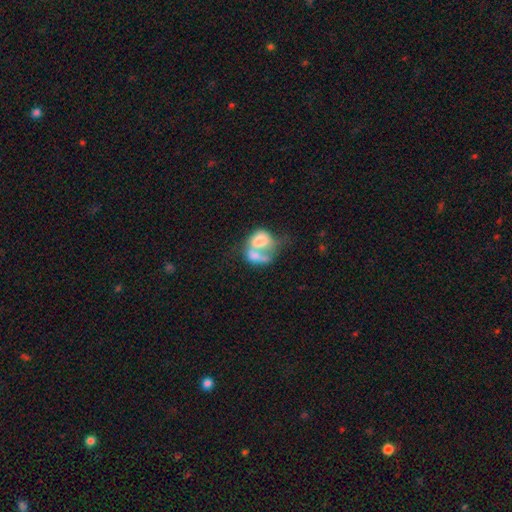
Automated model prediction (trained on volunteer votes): Overall: smooth (62%; featured or disk 30%). How rounded: in between (68%; round 30%). Merging: merger (73%).